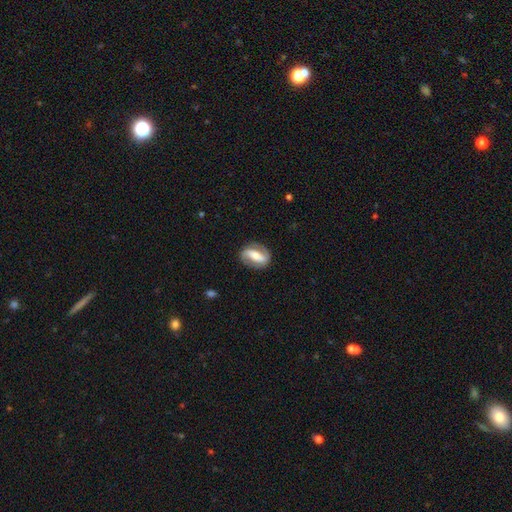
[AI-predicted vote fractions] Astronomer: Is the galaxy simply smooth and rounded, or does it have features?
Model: featured or disk — 71%.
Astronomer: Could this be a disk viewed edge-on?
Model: no — 93%.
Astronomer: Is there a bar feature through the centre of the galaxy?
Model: strong — 59%.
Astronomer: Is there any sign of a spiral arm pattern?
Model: yes — 82%.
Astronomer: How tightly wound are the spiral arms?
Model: medium — 41% (runner-up: tight, 32%).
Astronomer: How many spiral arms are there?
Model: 2 — 88%.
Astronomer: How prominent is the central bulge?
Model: moderate — 52%.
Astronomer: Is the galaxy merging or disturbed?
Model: none — 82%.